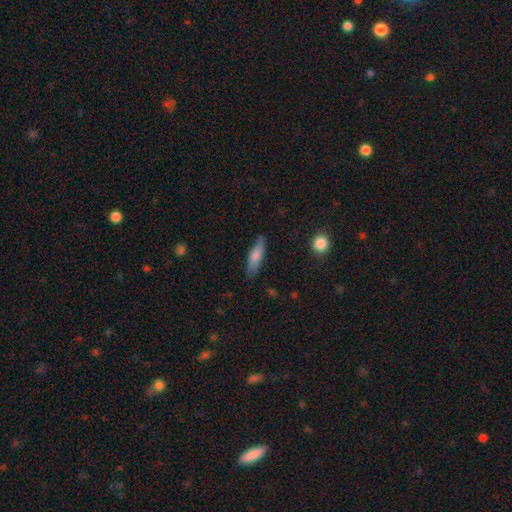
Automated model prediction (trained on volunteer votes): smooth 73%, featured or disk 21%, star or artifact 6%. Down the decision tree: how rounded — cigar-shaped (58%); merging — none (79%).